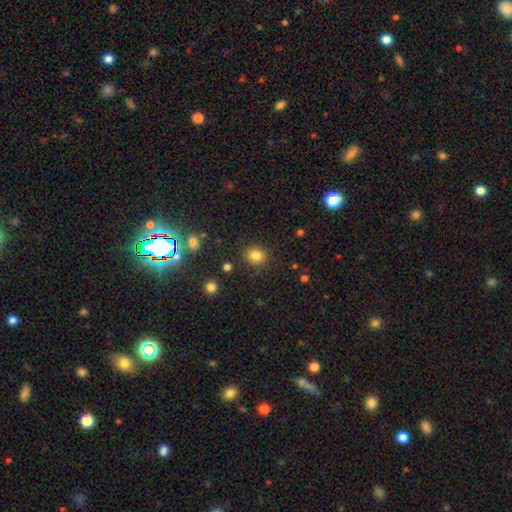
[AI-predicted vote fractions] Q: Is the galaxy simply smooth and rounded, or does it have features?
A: smooth — 82%.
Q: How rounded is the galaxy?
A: round — 77%.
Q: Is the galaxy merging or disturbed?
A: none — 86%.